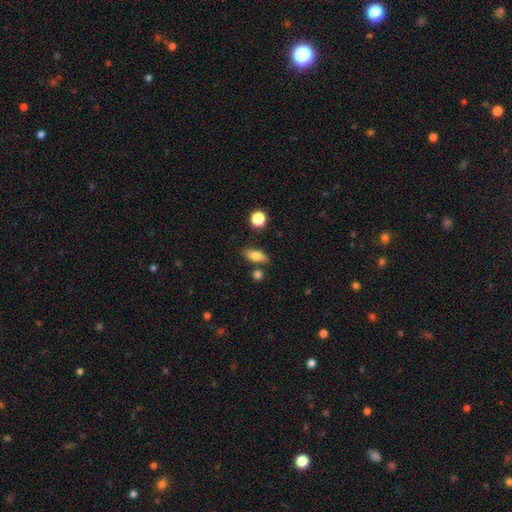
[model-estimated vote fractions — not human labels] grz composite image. It shows a smooth galaxy with no disk features (80%) that is in between round and cigar-shaped (76%). Merging: none (77%).